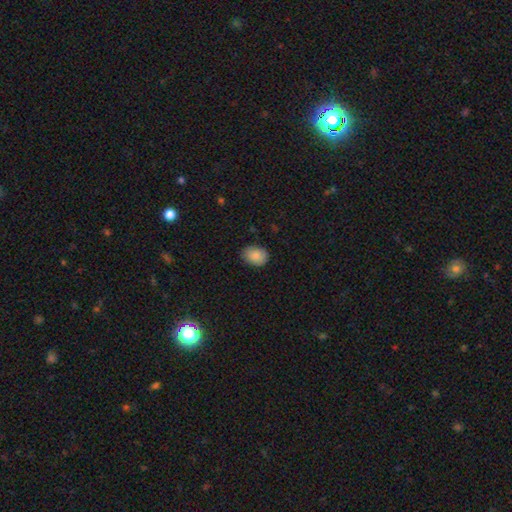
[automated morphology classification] A smooth galaxy with no disk features (86%) that is in between round and cigar-shaped (67%). Merging: none (83%).